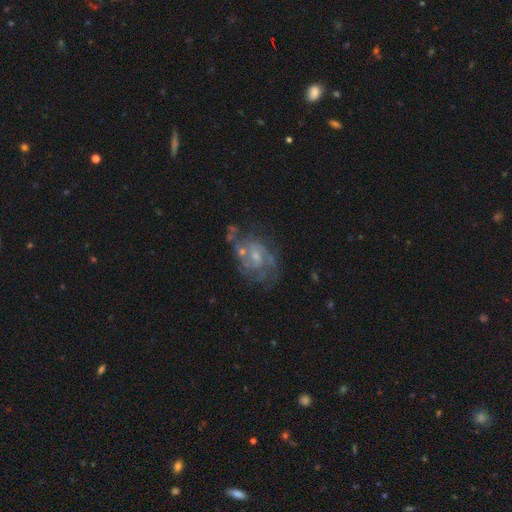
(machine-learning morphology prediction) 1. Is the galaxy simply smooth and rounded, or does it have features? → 80% featured or disk, 10% smooth, 10% star or artifact.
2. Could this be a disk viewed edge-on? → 97% no, 3% yes.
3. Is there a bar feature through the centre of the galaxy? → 48% no, 44% weak, 8% strong.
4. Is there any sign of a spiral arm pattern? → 87% yes, 13% no.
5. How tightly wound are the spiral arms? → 47% medium, 37% tight, 17% loose.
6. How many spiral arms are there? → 38% 2, 30% can't tell, 16% 3, 6% 4, 5% 1, 4% more than 4.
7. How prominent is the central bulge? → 56% small, 31% moderate, 10% none, 2% large, 1% dominant.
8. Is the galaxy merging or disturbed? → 56% none, 19% minor disturbance, 17% major disturbance, 8% merger.